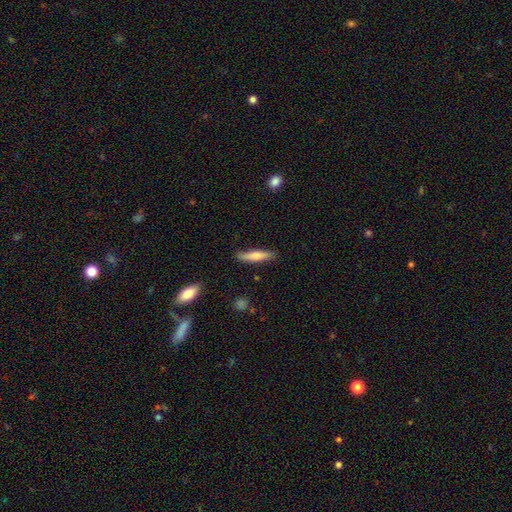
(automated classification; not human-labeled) smooth 73%, featured or disk 22%, star or artifact 6%. Down the decision tree: how rounded — cigar-shaped (85%); merging — none (83%).